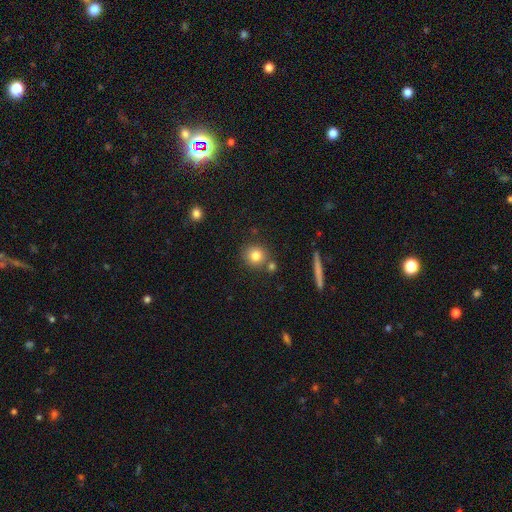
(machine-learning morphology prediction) This is likely a smooth galaxy (80%). How rounded: clearly round (89%). Merging: likely none (76%).